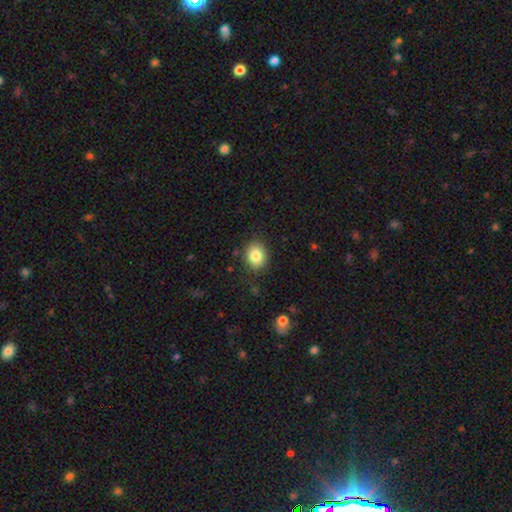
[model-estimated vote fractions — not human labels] The model was most divided on "how rounded": in between: 51%, round: 48%, cigar-shaped: 1%. More confident: merging — none (85%); smooth or featured — smooth (84%).